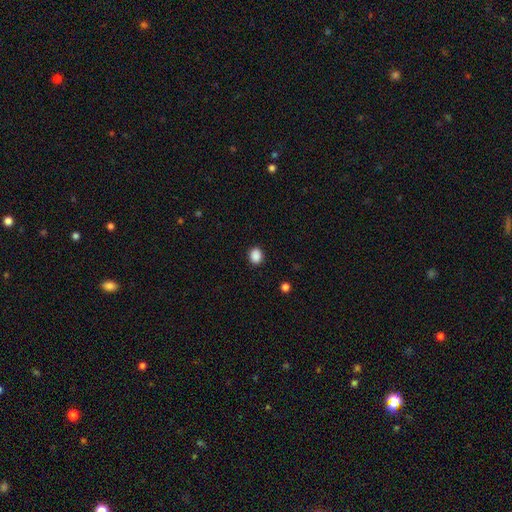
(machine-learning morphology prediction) A smooth galaxy with no disk features (88%) that is round (64%). Merging: none (90%).